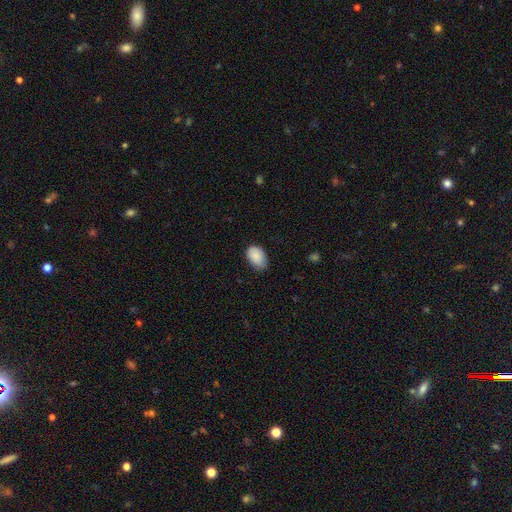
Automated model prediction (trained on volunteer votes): A smooth galaxy with no disk features (88%) that is in between round and cigar-shaped (88%). Merging: none (67%).